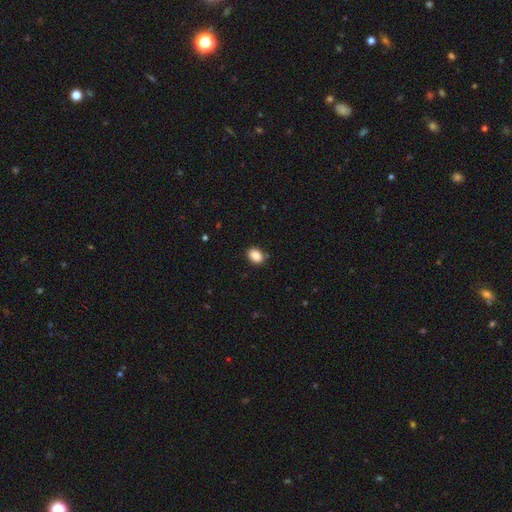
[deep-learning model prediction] Smooth or featured? Predicted: smooth (p=0.87). How rounded? Predicted: in between (p=0.60). Merging? Predicted: none (p=0.85).